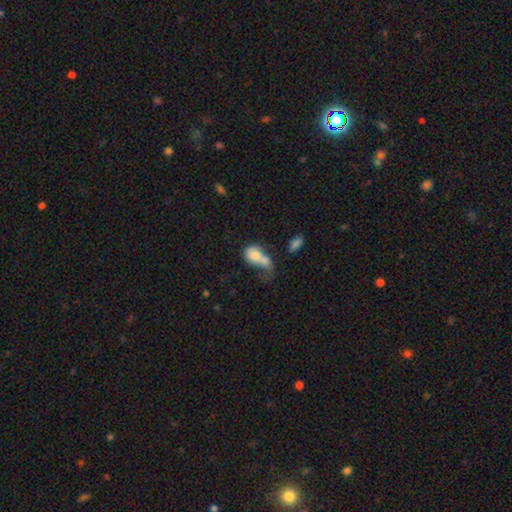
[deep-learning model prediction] This appears to be a smooth galaxy with no disk features (65%) that is in between round and cigar-shaped (74%). Merging: merger (53%).